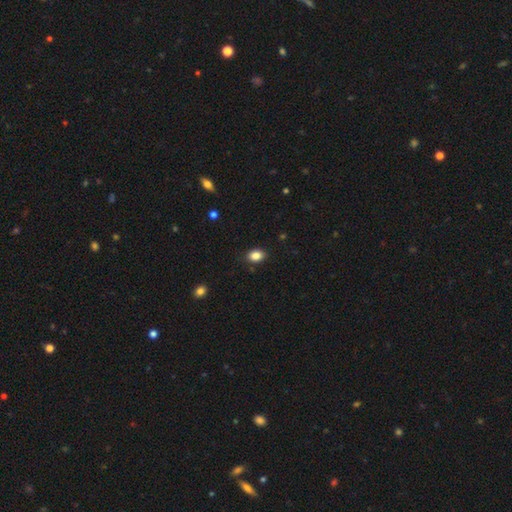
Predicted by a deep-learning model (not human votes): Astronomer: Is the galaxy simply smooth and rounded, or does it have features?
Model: smooth — 86%.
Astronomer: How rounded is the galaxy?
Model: in between — 75%.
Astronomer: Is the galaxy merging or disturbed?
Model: none — 86%.